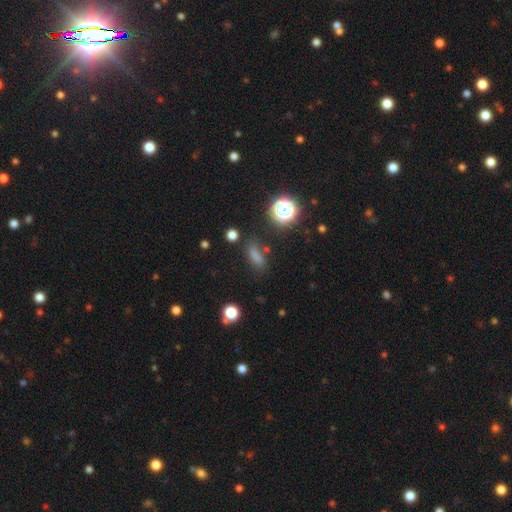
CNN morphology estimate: A smooth galaxy with no disk features (74%) that is in between round and cigar-shaped (59%).

Vote fractions:
- Smooth or featured? smooth: 74% / star or artifact: 19% / featured or disk: 7%
- How rounded? in between: 59% / cigar-shaped: 29% / round: 11%
- Merging? none: 73% / minor disturbance: 15% / major disturbance: 6% / merger: 5%